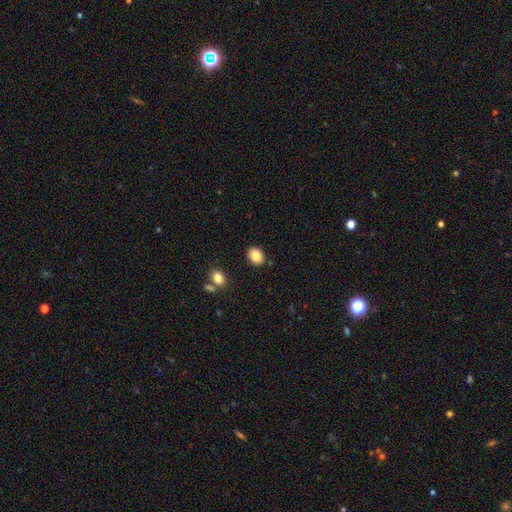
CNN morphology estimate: A smooth galaxy with no disk features (85%) that is in between round and cigar-shaped (52%).

Vote fractions:
- Smooth or featured? smooth: 85% / star or artifact: 9% / featured or disk: 7%
- How rounded? in between: 52% / round: 47% / cigar-shaped: 1%
- Merging? none: 87% / minor disturbance: 8% / merger: 3% / major disturbance: 2%